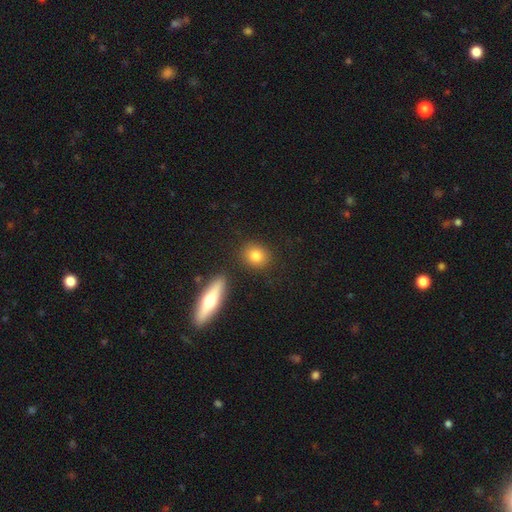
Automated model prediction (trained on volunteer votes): The model was most divided on "how rounded": round: 72%, in between: 25%, cigar-shaped: 3%. More confident: merging — none (85%); smooth or featured — smooth (81%).